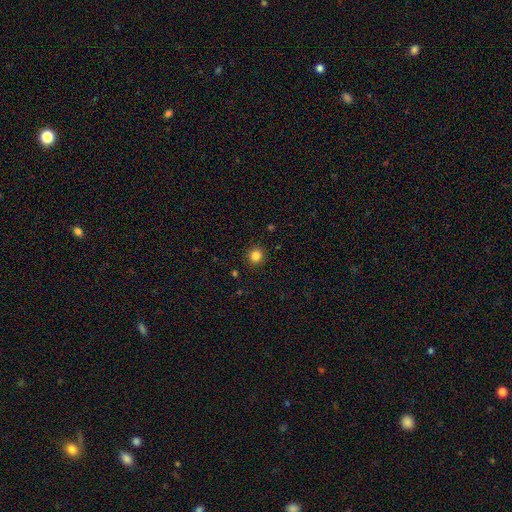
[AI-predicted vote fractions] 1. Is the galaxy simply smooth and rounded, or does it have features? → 84% smooth, 12% star or artifact, 4% featured or disk.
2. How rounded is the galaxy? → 94% round, 5% in between, 1% cigar-shaped.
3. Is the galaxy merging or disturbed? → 92% none, 5% minor disturbance, 2% major disturbance, 1% merger.